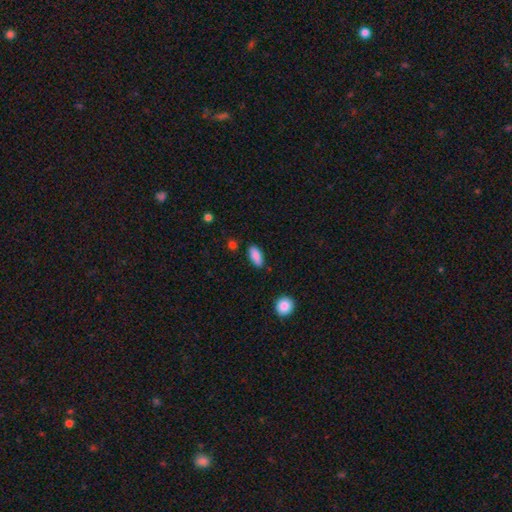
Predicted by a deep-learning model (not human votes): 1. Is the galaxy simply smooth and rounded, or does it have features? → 87% smooth, 7% star or artifact, 6% featured or disk.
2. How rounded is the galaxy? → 82% in between, 15% cigar-shaped, 3% round.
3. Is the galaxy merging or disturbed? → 82% none, 13% minor disturbance, 3% major disturbance, 2% merger.